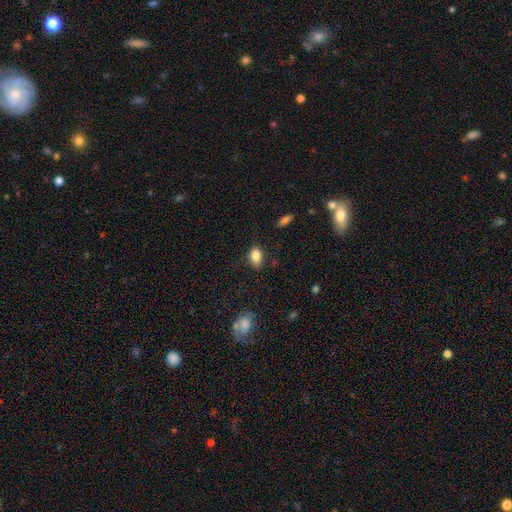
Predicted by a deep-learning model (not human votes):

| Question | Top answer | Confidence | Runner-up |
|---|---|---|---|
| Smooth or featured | smooth | 84% | star or artifact (9%) |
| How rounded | in between | 81% | round (17%) |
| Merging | none | 77% | minor disturbance (17%) |